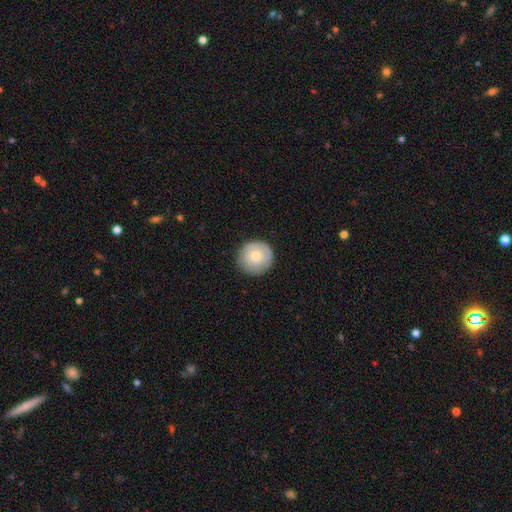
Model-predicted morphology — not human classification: smooth-or-featured: smooth: 69% | featured or disk: 25% | star or artifact: 7%
  how-rounded: round: 93% | in between: 6% | cigar-shaped: 1%
  merging: none: 85% | minor disturbance: 12% | major disturbance: 3% | merger: 1%